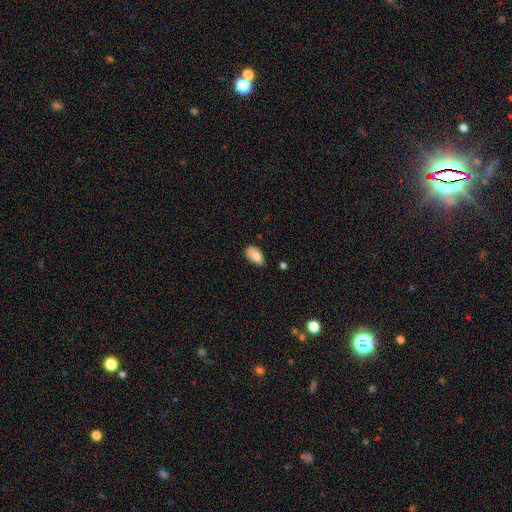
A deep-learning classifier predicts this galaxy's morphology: smooth-or-featured: smooth: 82% | featured or disk: 10% | star or artifact: 8%
  how-rounded: in between: 93% | round: 4% | cigar-shaped: 3%
  merging: none: 64% | minor disturbance: 28% | major disturbance: 5% | merger: 3%